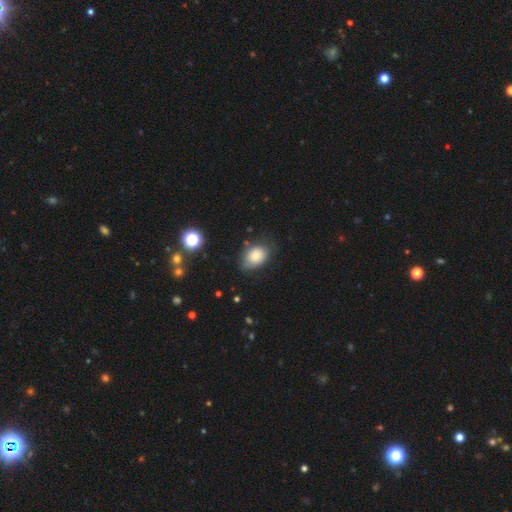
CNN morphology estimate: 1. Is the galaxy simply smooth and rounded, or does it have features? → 72% smooth, 18% featured or disk, 9% star or artifact.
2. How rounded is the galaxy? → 71% in between, 28% round, 1% cigar-shaped.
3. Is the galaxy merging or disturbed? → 65% none, 25% minor disturbance, 8% major disturbance, 2% merger.